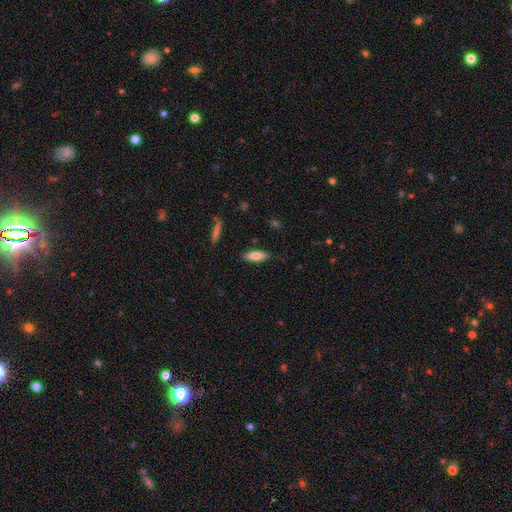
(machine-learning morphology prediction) This is likely a smooth galaxy (78%). How rounded: possibly cigar-shaped (50%). Merging: clearly none (84%).